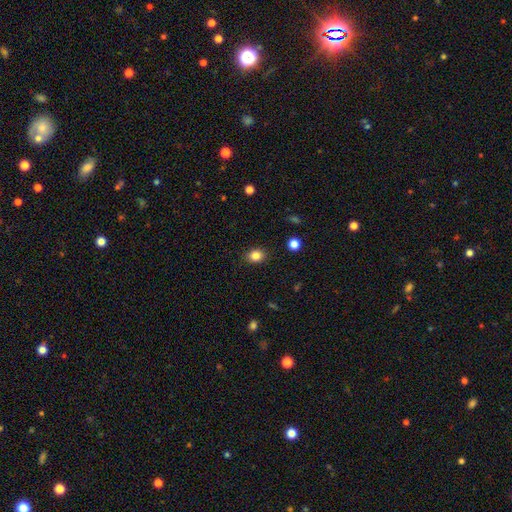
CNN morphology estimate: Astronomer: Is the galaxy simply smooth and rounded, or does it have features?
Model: smooth — 84%.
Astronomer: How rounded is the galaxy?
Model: round — 52% (runner-up: in between, 47%).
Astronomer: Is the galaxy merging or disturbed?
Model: none — 87%.